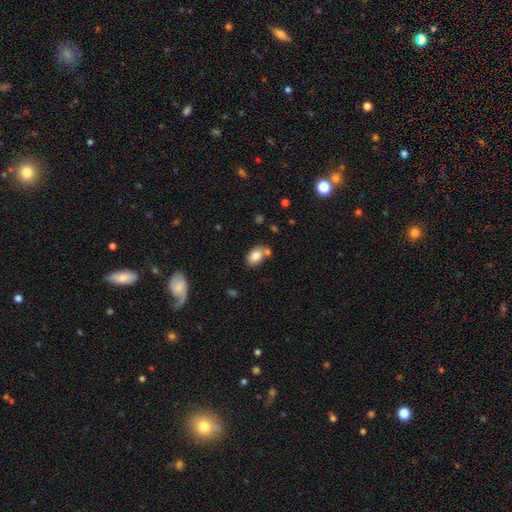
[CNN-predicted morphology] Q: Smooth or featured?
A: smooth (82%); runner-up: featured or disk (10%)
Q: How rounded?
A: in between (85%); runner-up: round (14%)
Q: Merging?
A: none (59%); runner-up: merger (21%)